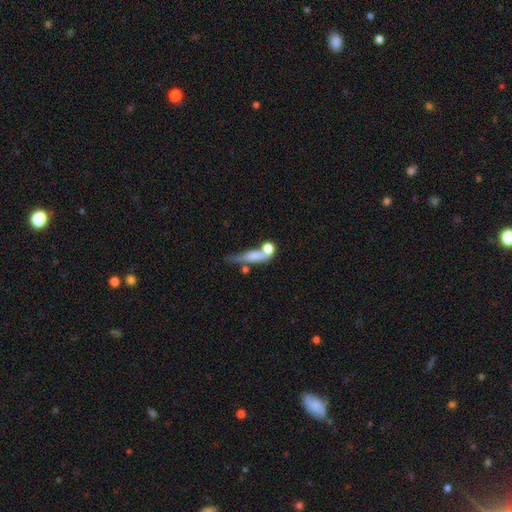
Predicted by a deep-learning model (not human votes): This appears to be a smooth galaxy with no disk features (59%) that is cigar-shaped (56%). Merging: merger (32%, tied with none).